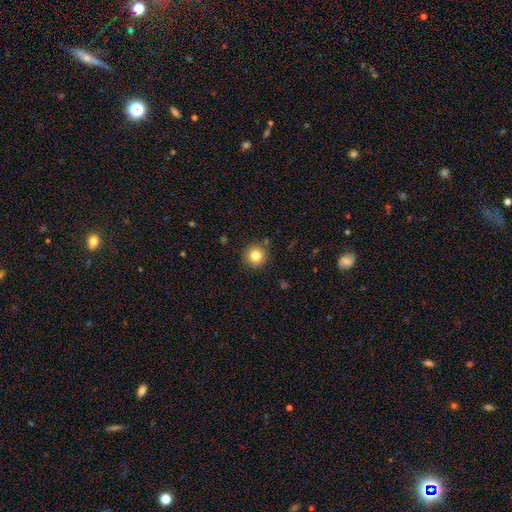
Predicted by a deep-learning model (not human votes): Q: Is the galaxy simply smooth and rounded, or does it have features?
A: smooth — 82%.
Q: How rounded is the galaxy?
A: round — 94%.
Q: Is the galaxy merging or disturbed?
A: none — 88%.